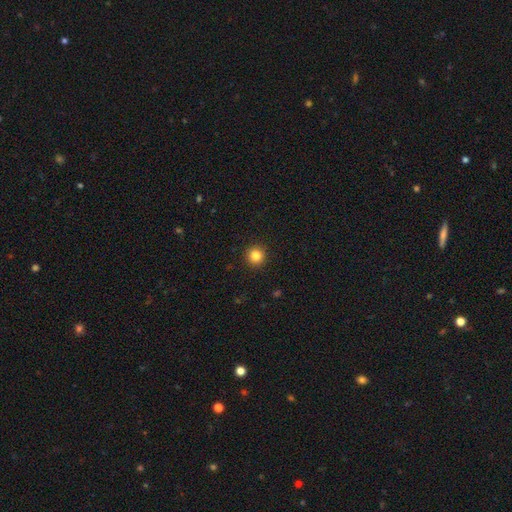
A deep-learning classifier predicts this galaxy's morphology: This appears to be a smooth galaxy with no disk features (83%) that is round (95%). Merging: none (93%).